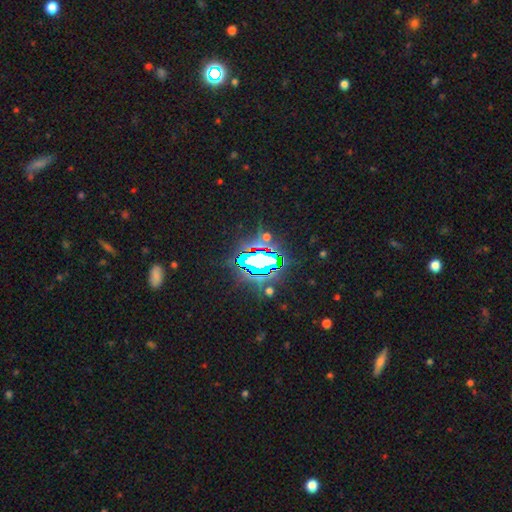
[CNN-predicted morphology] This is likely a star or artifact rather than a galaxy (74%).